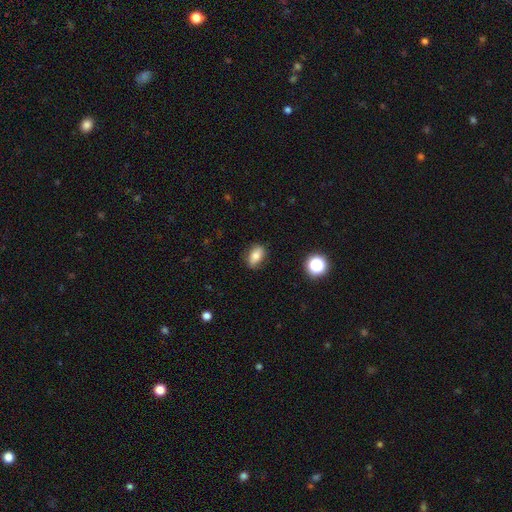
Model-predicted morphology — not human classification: Overall: smooth (75%). How rounded: in between (84%). Merging: none (82%).